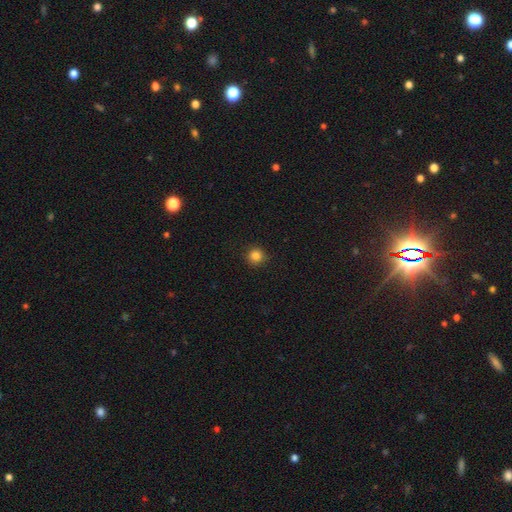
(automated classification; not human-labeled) Overall: smooth (84%). How rounded: round (94%). Merging: none (90%).